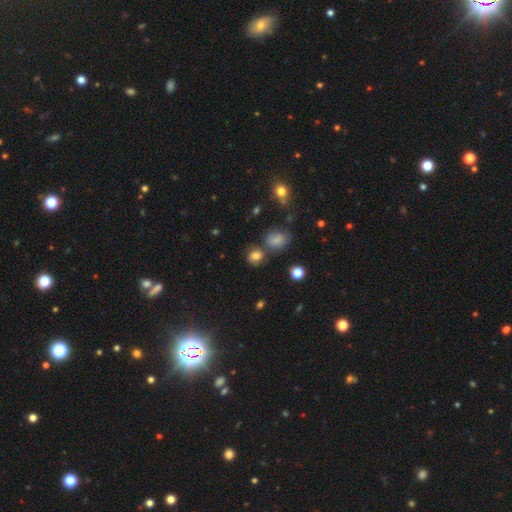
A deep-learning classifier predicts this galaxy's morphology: Smooth or featured: smooth — 73% (star or artifact — 15%)
How rounded: round — 67% (in between — 31%)
Merging: none — 60% (merger — 17%)